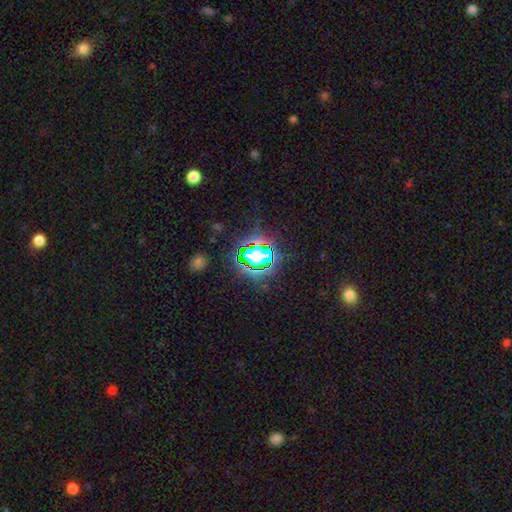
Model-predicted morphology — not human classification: Q: Smooth or featured?
A: star or artifact (66%); runner-up: smooth (22%)